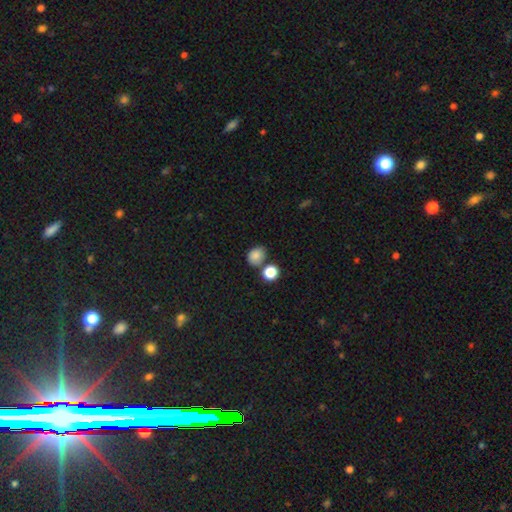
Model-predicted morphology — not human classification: Smooth or featured: smooth — 83% (star or artifact — 12%)
How rounded: round — 53% (in between — 46%)
Merging: none — 64% (merger — 17%)